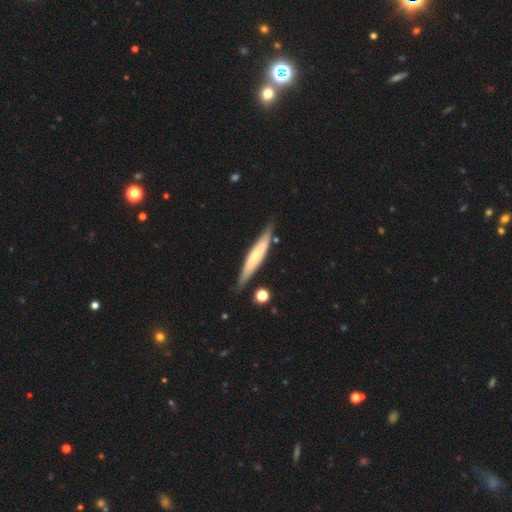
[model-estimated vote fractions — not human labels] This is possibly a smooth galaxy (50%). Merging: likely none (79%).